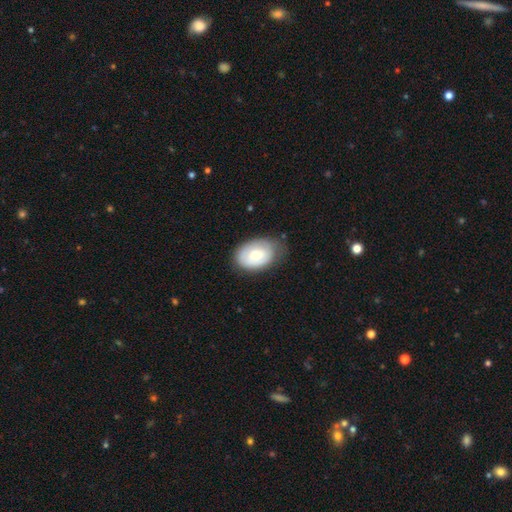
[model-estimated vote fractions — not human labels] Smooth or featured? Predicted: smooth (p=0.60). How rounded? Predicted: in between (p=0.82). Merging? Predicted: none (p=0.63).